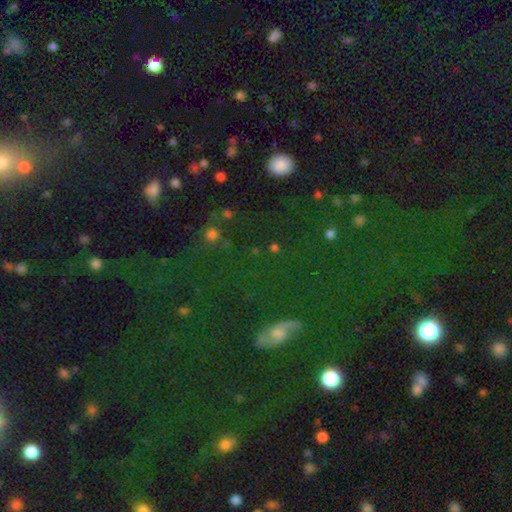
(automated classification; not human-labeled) This is possibly a star or artifact rather than a galaxy (55%).